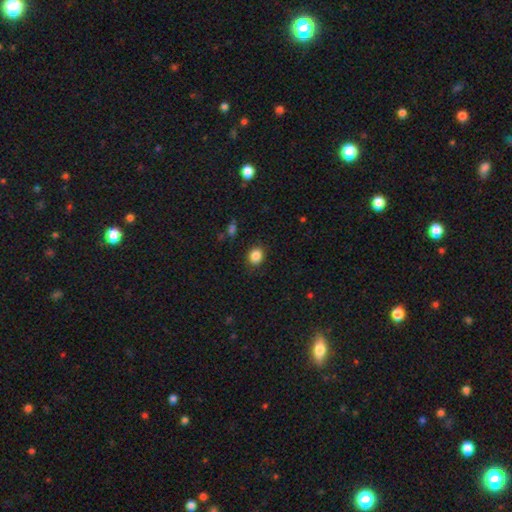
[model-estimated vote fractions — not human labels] A smooth galaxy with no disk features (87%) that is round (64%).

Vote fractions:
- Smooth or featured? smooth: 87% / star or artifact: 10% / featured or disk: 4%
- How rounded? round: 64% / in between: 35% / cigar-shaped: 1%
- Merging? none: 87% / minor disturbance: 9% / major disturbance: 3% / merger: 1%